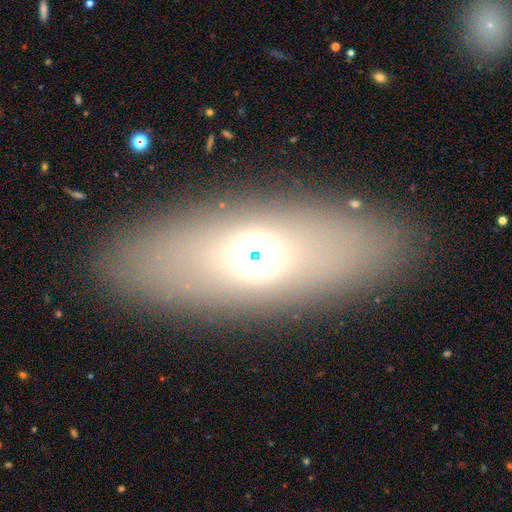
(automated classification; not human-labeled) Morphology: type=smooth (48%); merging=none (86%).